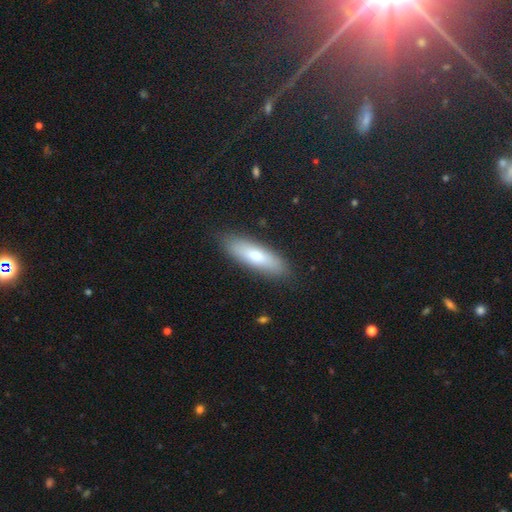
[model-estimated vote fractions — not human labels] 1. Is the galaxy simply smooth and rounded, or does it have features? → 71% smooth, 23% featured or disk, 6% star or artifact.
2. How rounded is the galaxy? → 51% cigar-shaped, 46% in between, 2% round.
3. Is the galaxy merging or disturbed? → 87% none, 10% minor disturbance, 2% major disturbance, 1% merger.